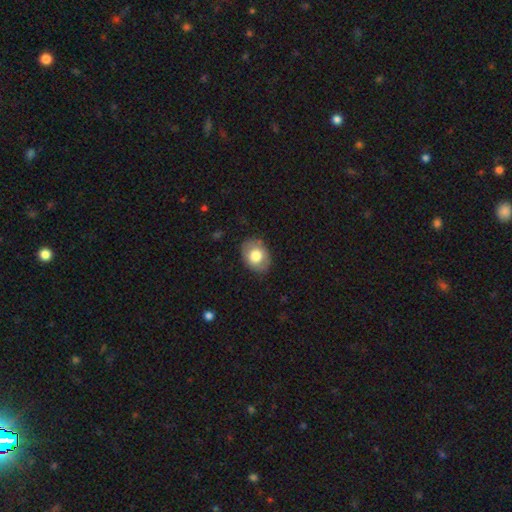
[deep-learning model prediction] smooth_or_featured: smooth (p=0.72) [alt: featured or disk p=0.21]
how_rounded: in between (p=0.68) [alt: round p=0.31]
merging: none (p=0.83) [alt: minor disturbance p=0.13]